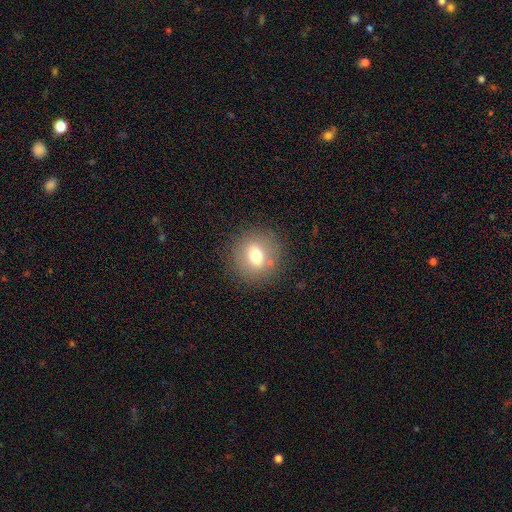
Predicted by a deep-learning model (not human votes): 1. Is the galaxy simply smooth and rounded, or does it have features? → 68% smooth, 20% featured or disk, 12% star or artifact.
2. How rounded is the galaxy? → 84% round, 15% in between, 1% cigar-shaped.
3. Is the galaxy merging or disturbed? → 85% none, 9% minor disturbance, 4% major disturbance, 2% merger.